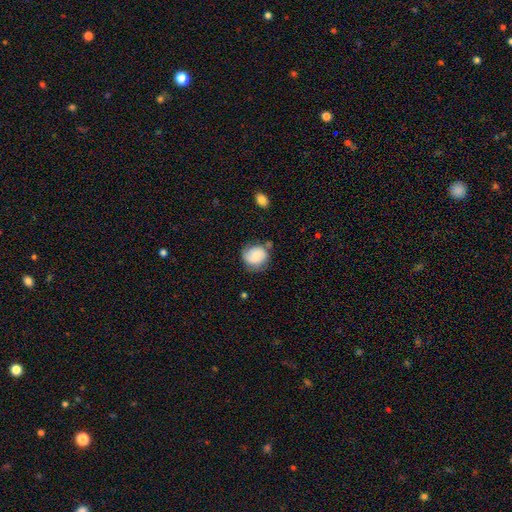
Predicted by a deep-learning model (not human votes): The model was most divided on "merging": none: 61%, minor disturbance: 26%, major disturbance: 8%, merger: 5%. More confident: how rounded — round (74%); smooth or featured — smooth (65%).